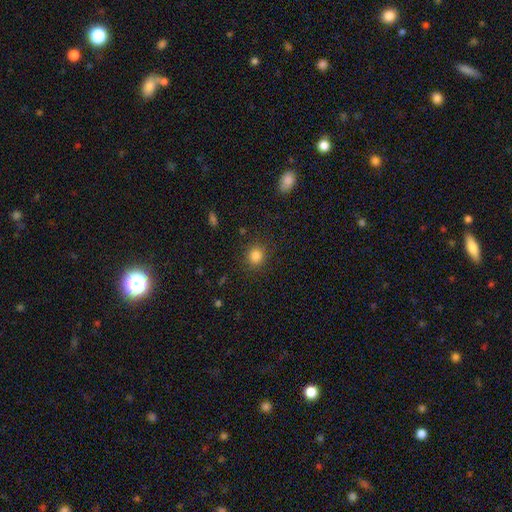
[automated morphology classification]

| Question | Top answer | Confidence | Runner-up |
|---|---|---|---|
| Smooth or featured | smooth | 84% | star or artifact (12%) |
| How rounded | round | 84% | in between (15%) |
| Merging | none | 86% | minor disturbance (9%) |